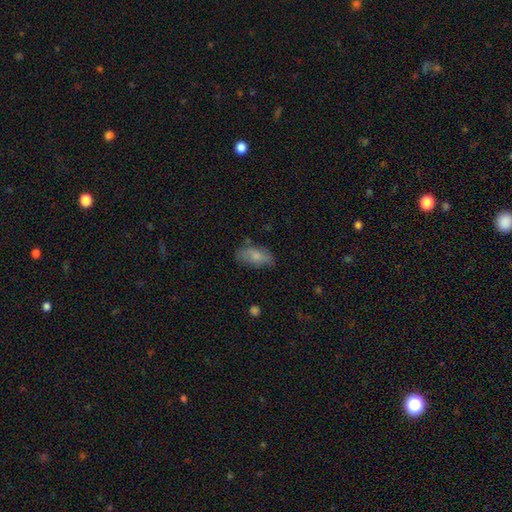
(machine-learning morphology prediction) smooth 76%, featured or disk 17%, star or artifact 7%. Down the decision tree: how rounded — in between (89%); merging — none (68%).